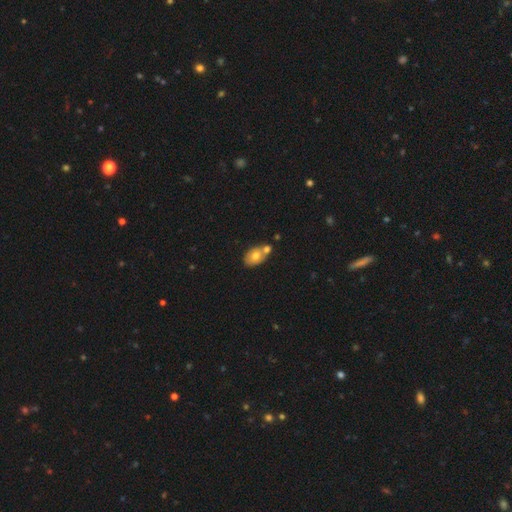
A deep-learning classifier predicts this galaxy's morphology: Overall: smooth (72%). How rounded: in between (80%). Merging: none (45%; merger 40%).